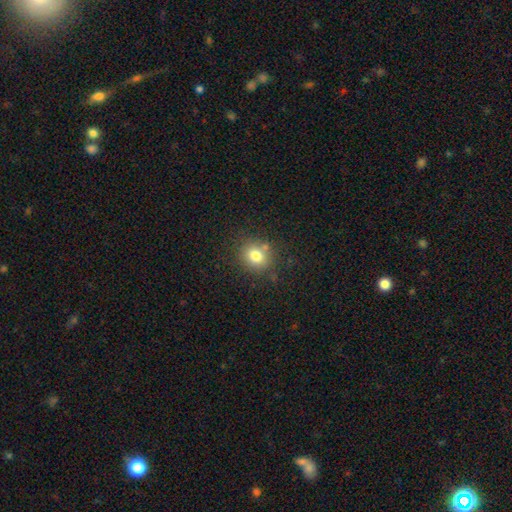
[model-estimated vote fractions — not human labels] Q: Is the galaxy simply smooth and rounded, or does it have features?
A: smooth — 77%.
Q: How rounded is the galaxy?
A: round — 76%.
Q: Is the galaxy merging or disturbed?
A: none — 78%.